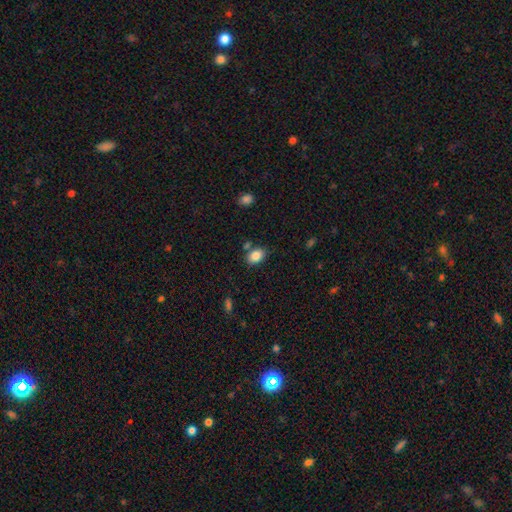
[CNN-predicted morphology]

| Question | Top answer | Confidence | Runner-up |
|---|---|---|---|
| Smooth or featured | smooth | 86% | star or artifact (9%) |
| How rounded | in between | 81% | round (17%) |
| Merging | none | 73% | minor disturbance (14%) |